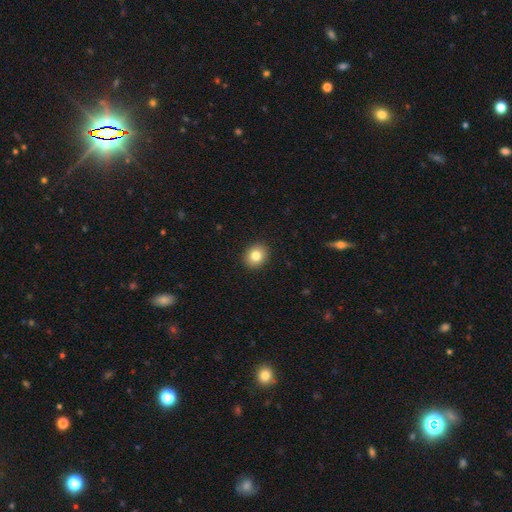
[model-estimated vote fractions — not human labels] A smooth galaxy with no disk features (82%) that is round (70%). Merging: none (92%).